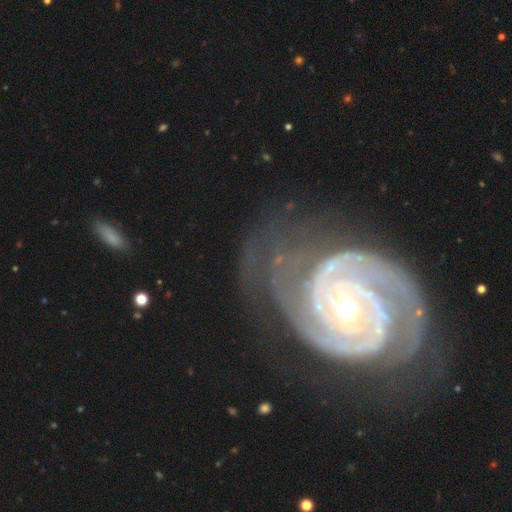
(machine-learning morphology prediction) This is clearly a featured or disk galaxy (93%). It is clearly not viewed edge-on (98%). Bar: possibly no (55%). Spiral arm pattern: clearly yes (99%). Spiral arm count: likely 2 (67%). Spiral winding: likely tight (79%). Central bulge: possibly small (55%). Merging: likely none (62%).